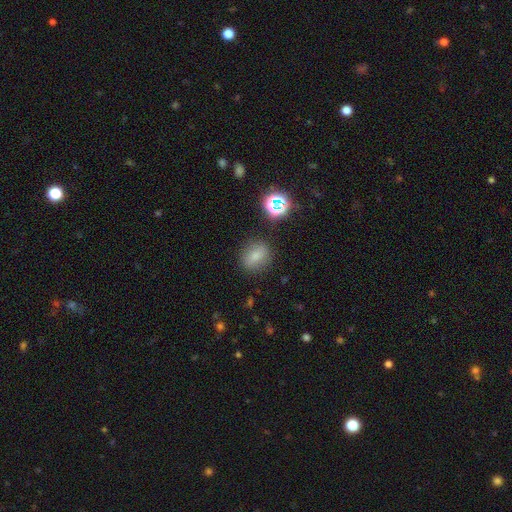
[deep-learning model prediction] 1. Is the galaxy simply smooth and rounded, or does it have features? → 73% smooth, 17% star or artifact, 10% featured or disk.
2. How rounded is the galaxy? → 53% round, 45% in between, 2% cigar-shaped.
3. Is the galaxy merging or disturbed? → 83% none, 11% minor disturbance, 4% major disturbance, 3% merger.